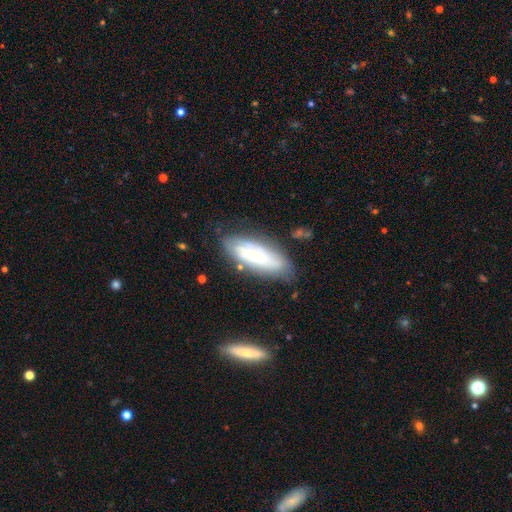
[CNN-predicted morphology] Smooth or featured?
  - smooth: 52% *
  - featured or disk: 41%
  - star or artifact: 8%
How rounded?
  - in between: 64% *
  - cigar-shaped: 34%
  - round: 2%
Merging?
  - none: 71% *
  - minor disturbance: 20%
  - major disturbance: 6%
  - merger: 3%